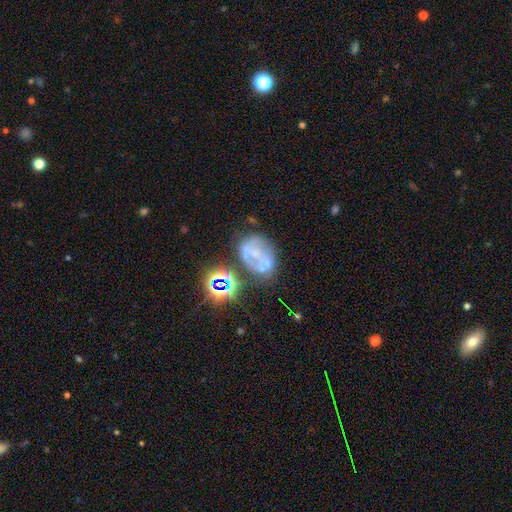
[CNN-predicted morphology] Overall: featured or disk (51%; smooth 27%). Edge-on disk: no (98%). Merging: none (39%; minor disturbance 22%).